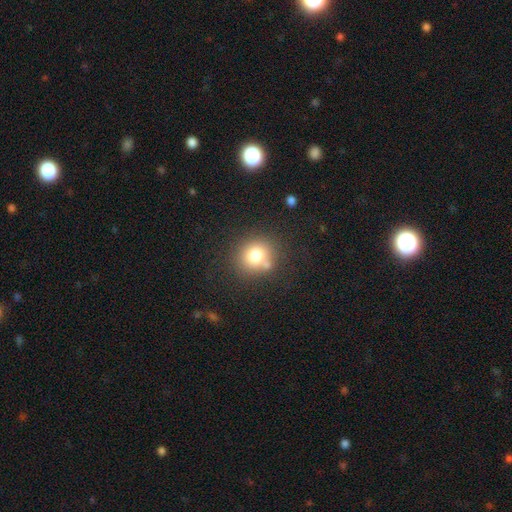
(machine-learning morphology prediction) Overall: smooth (76%). How rounded: round (83%). Merging: none (71%).